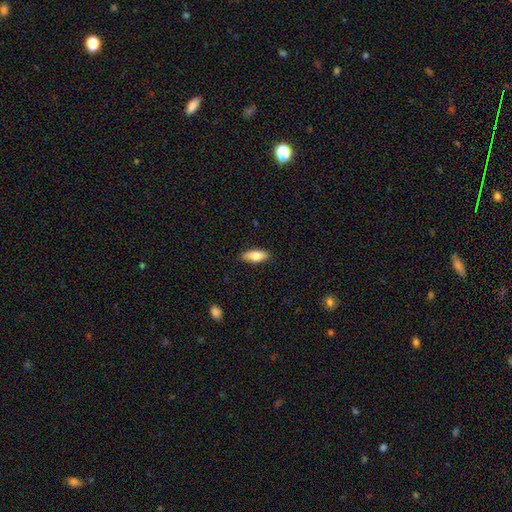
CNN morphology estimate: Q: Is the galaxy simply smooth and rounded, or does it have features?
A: smooth — 77%.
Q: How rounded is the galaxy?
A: in between — 77%.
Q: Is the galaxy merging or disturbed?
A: none — 86%.